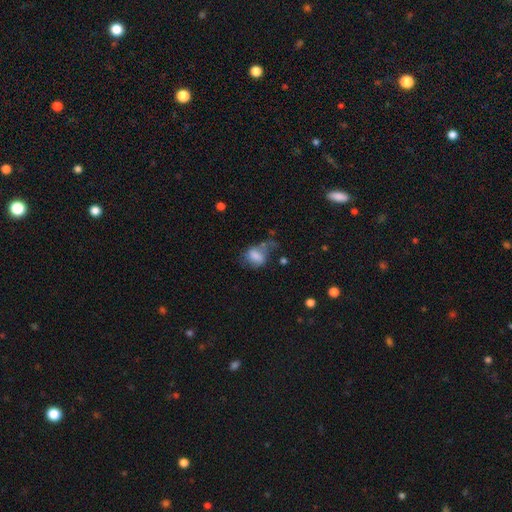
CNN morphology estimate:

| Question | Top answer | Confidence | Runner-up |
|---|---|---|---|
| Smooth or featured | smooth | 66% | featured or disk (24%) |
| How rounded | in between | 74% | round (24%) |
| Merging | major disturbance | 37% | none (28%) |